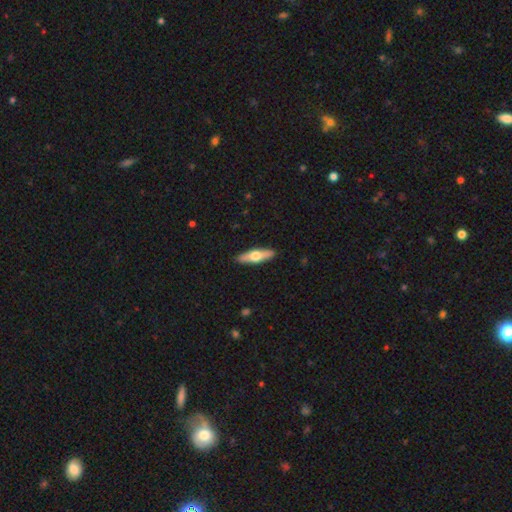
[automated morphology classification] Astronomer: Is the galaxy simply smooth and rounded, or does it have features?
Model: smooth — 49% (runner-up: featured or disk, 46%).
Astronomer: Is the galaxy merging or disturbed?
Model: none — 90%.